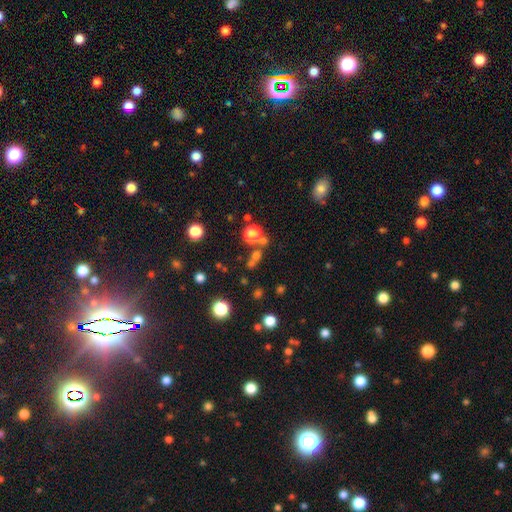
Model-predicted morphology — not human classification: Overall: smooth (50%; star or artifact 38%). Merging: none (61%; merger 25%).